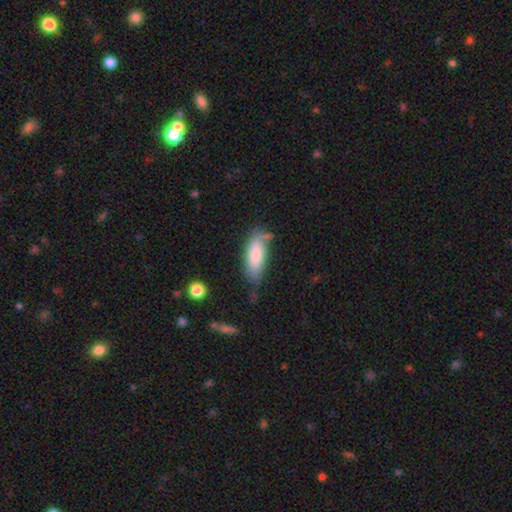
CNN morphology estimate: Smooth or featured? smooth (83%)
How rounded? in between (76%)
Merging? none (60%)